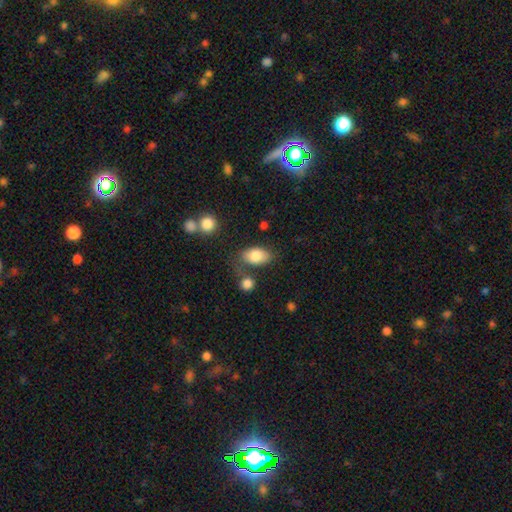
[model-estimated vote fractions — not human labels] This is clearly a smooth galaxy (82%). How rounded: clearly in between (91%). Merging: likely none (63%).